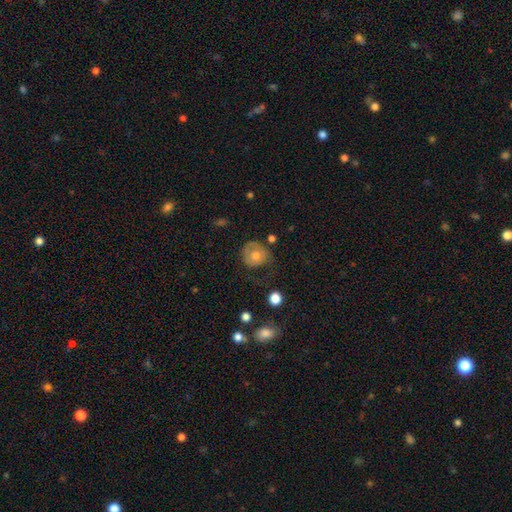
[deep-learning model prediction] smooth-or-featured: smooth: 55% | featured or disk: 35% | star or artifact: 10%
  how-rounded: round: 80% | in between: 20% | cigar-shaped: 1%
  merging: none: 55% | minor disturbance: 25% | major disturbance: 18% | merger: 3%